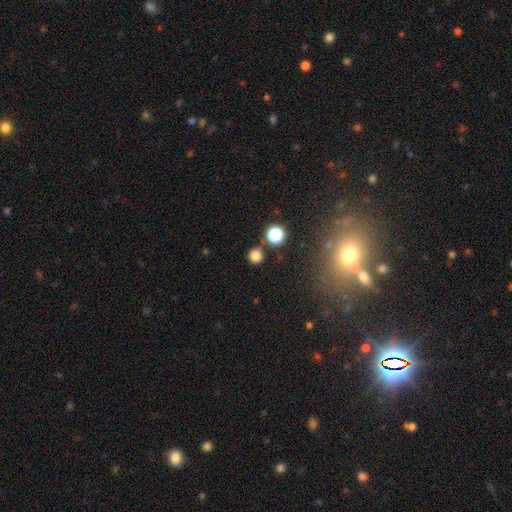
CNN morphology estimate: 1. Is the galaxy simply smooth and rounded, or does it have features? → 79% smooth, 17% star or artifact, 5% featured or disk.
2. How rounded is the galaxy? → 92% round, 7% in between, 1% cigar-shaped.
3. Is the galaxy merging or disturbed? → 80% none, 9% minor disturbance, 8% merger, 3% major disturbance.